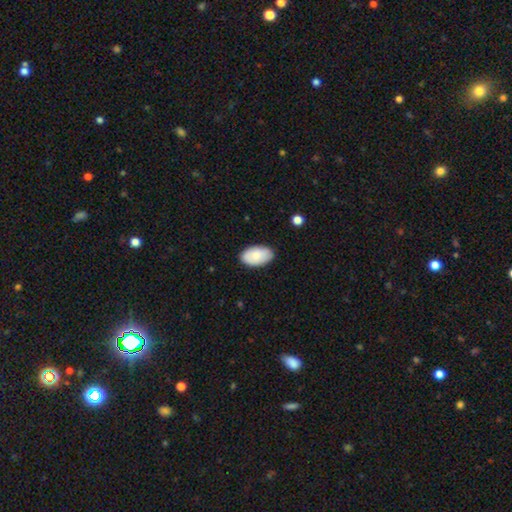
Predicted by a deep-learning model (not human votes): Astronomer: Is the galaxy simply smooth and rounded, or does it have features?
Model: smooth — 83%.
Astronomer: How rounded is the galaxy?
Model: in between — 95%.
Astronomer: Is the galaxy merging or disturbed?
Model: none — 85%.